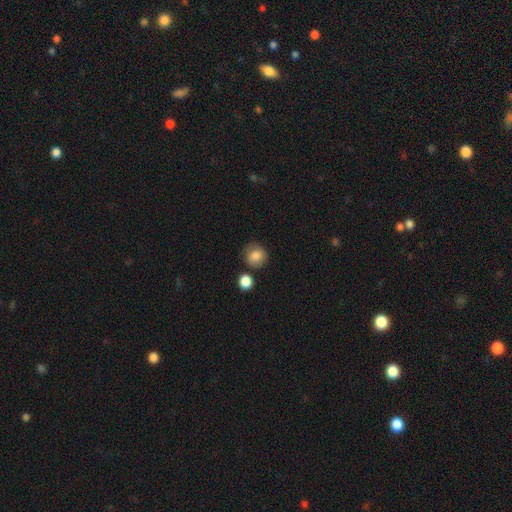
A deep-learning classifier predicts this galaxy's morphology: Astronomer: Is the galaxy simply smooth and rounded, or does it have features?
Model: smooth — 82%.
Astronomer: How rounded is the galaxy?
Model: round — 85%.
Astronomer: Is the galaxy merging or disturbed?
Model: none — 74%.